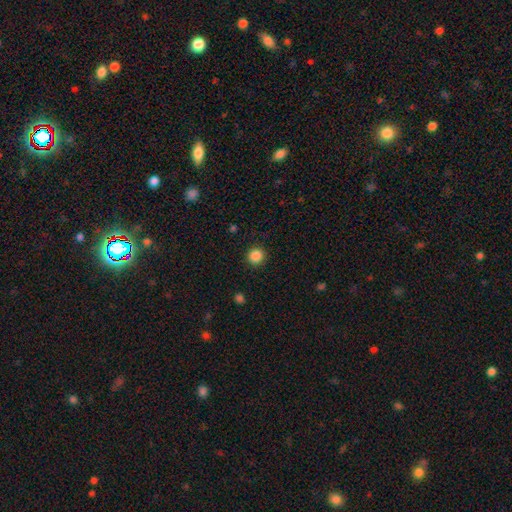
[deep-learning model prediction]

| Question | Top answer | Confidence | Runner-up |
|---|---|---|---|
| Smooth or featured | smooth | 86% | star or artifact (11%) |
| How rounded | round | 94% | in between (5%) |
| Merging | none | 92% | minor disturbance (5%) |